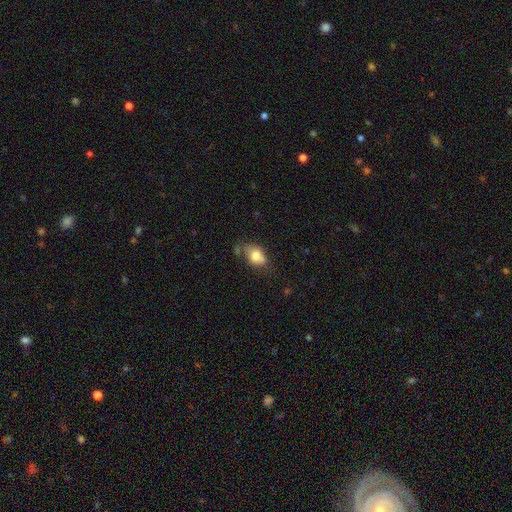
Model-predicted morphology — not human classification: Smooth or featured? Predicted: smooth (p=0.73). How rounded? Predicted: in between (p=0.74). Merging? Predicted: none (p=0.48).